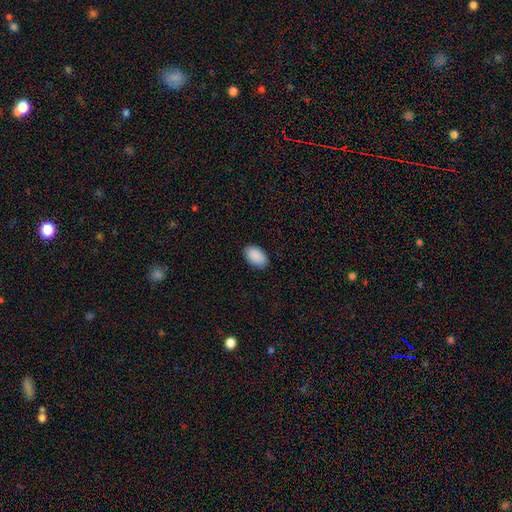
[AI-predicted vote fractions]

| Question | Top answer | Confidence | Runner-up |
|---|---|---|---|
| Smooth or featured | smooth | 92% | star or artifact (6%) |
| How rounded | in between | 94% | round (5%) |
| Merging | none | 90% | minor disturbance (8%) |